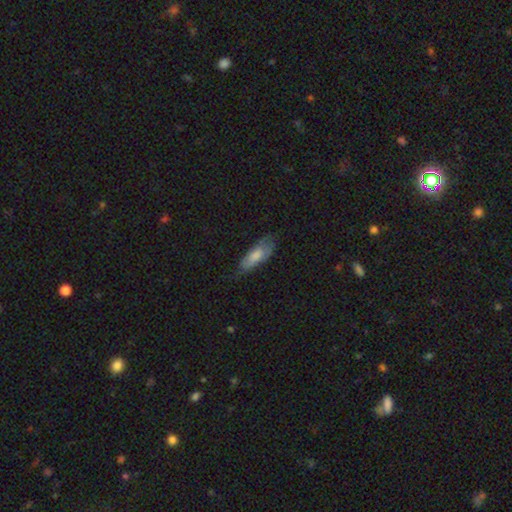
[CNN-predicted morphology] smooth-or-featured: smooth: 69% | featured or disk: 24% | star or artifact: 6%
  how-rounded: in between: 69% | cigar-shaped: 29% | round: 2%
  merging: none: 56% | minor disturbance: 31% | major disturbance: 11% | merger: 2%